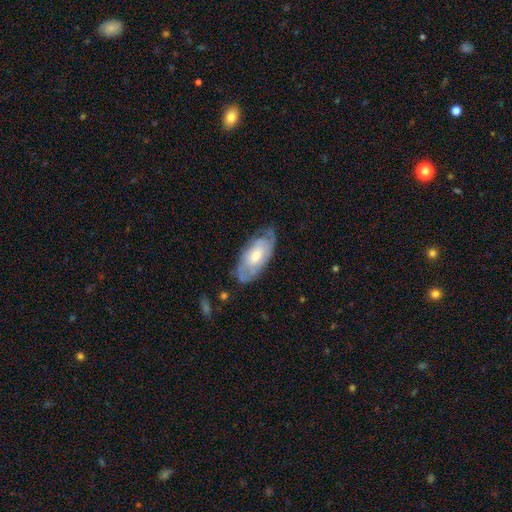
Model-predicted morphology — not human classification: smooth_or_featured: featured or disk (p=0.55) [alt: smooth p=0.40]
disk_edge_on: no (p=0.88) [alt: yes p=0.12]
merging: none (p=0.61) [alt: minor disturbance p=0.29]